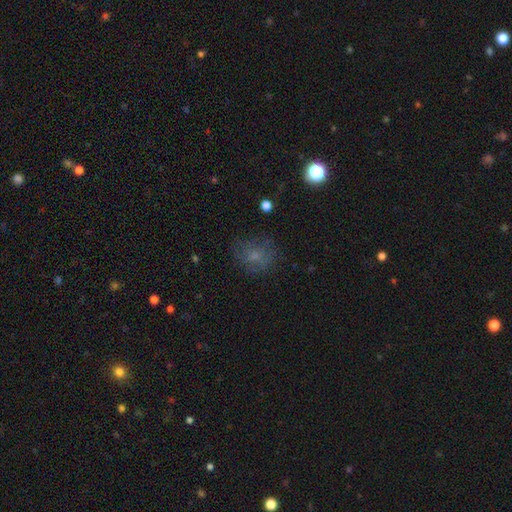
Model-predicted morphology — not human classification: smooth-or-featured: smooth: 62% | featured or disk: 20% | star or artifact: 19%
  how-rounded: round: 71% | in between: 28% | cigar-shaped: 1%
  merging: none: 69% | minor disturbance: 18% | major disturbance: 11% | merger: 1%